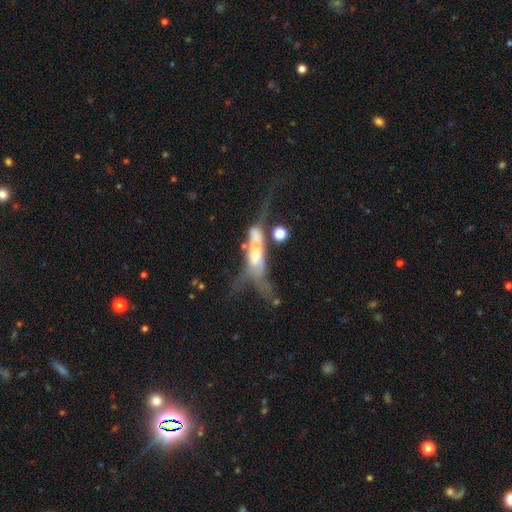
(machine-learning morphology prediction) Smooth or featured? Predicted: featured or disk (p=0.53). Edge-on disk? Predicted: no (p=0.64). Merging? Predicted: merger (p=0.39).